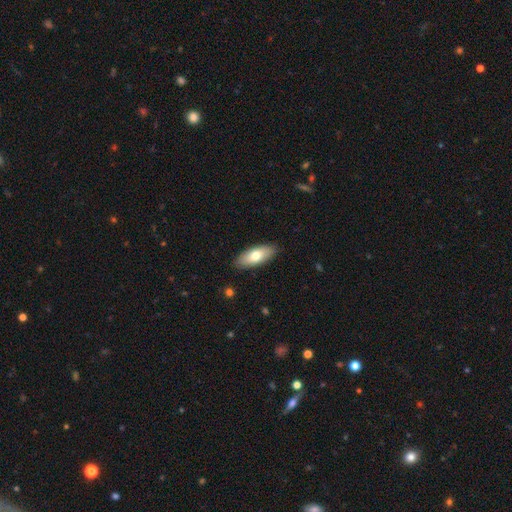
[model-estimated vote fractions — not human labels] A smooth galaxy with no disk features (72%) that is in between round and cigar-shaped (79%).

Vote fractions:
- Smooth or featured? smooth: 72% / featured or disk: 22% / star or artifact: 6%
- How rounded? in between: 79% / cigar-shaped: 19% / round: 2%
- Merging? none: 88% / minor disturbance: 9% / major disturbance: 2% / merger: 1%